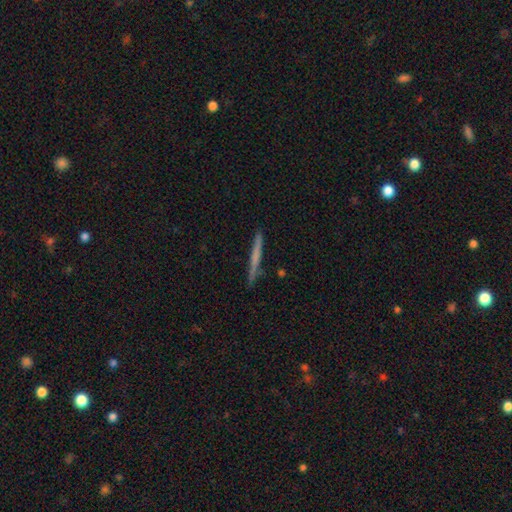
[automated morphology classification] Overall: smooth (51%; featured or disk 43%). How rounded: cigar-shaped (96%). Merging: none (89%).